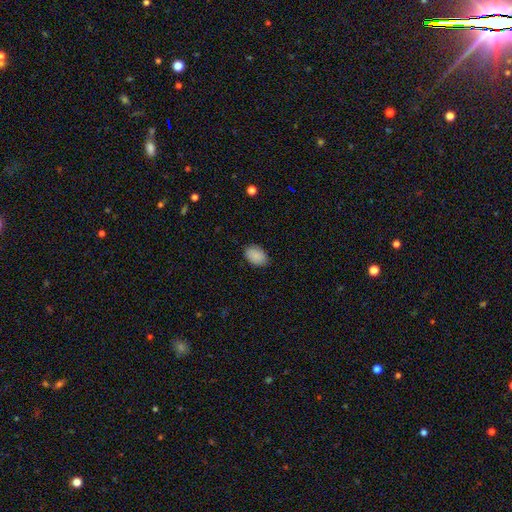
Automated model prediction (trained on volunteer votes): This appears to be a smooth galaxy with no disk features (89%) that is in between round and cigar-shaped (86%). Merging: none (86%).